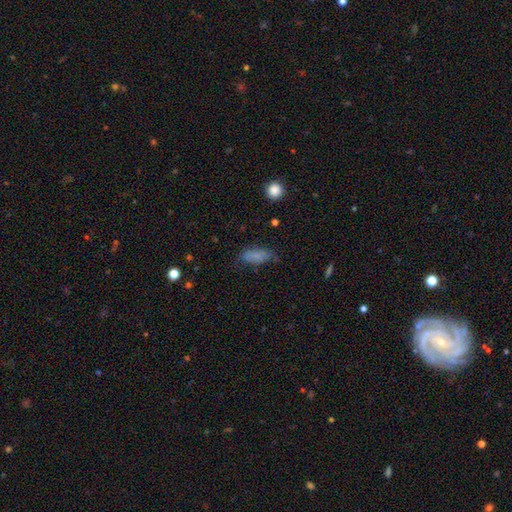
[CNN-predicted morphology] This appears to be a smooth galaxy with no disk features (79%) that is in between round and cigar-shaped (77%). Merging: none (60%).